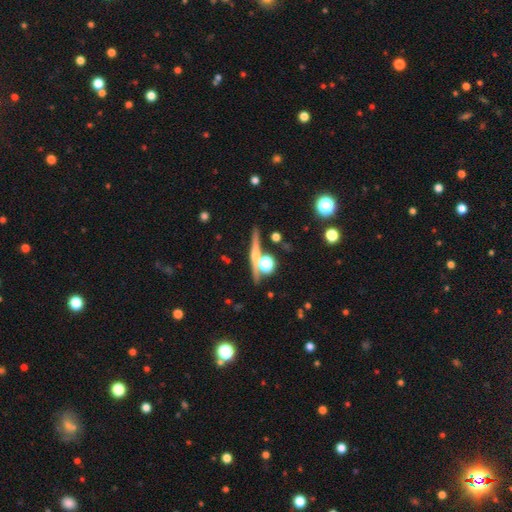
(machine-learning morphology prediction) A featured or disk galaxy (56%) viewed edge-on (93%) with a rounded central bulge (61%). Merging: none (76%).